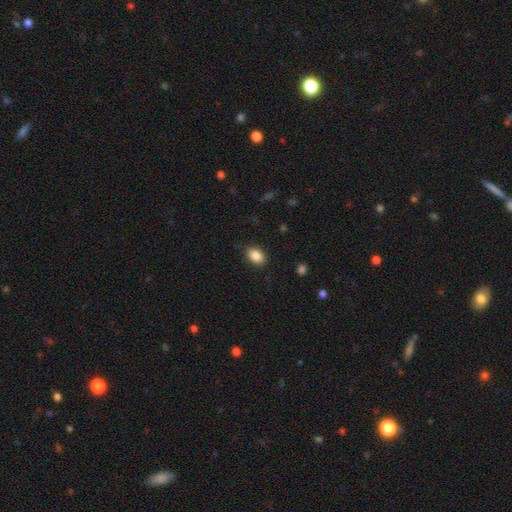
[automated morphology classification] Smooth or featured? smooth (86%)
How rounded? in between (82%)
Merging? none (87%)